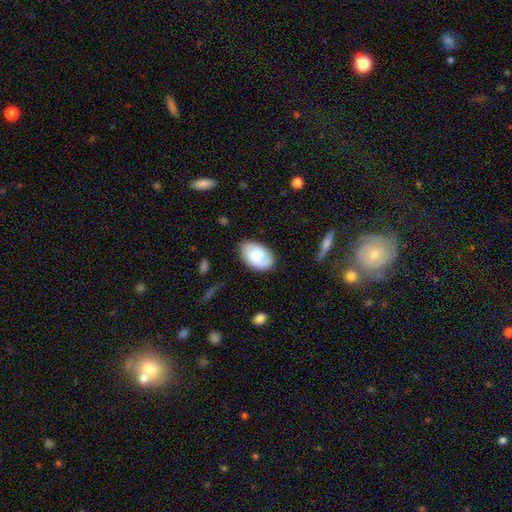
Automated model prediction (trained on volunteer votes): This appears to be a smooth galaxy with no disk features (62%) that is in between round and cigar-shaped (91%). Merging: none (76%).